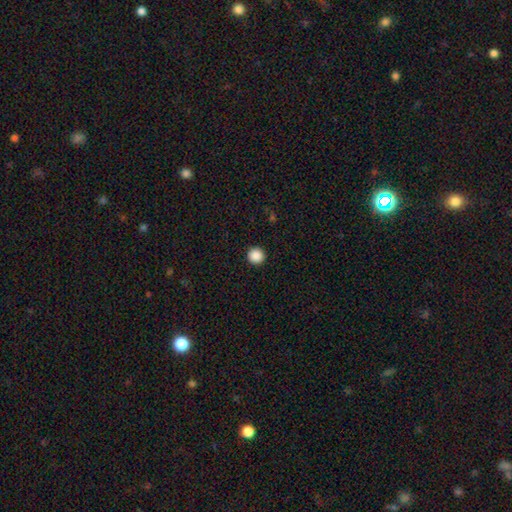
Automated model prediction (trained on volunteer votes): Morphology: type=smooth (88%); roundness=round (95%); merging=none (93%).